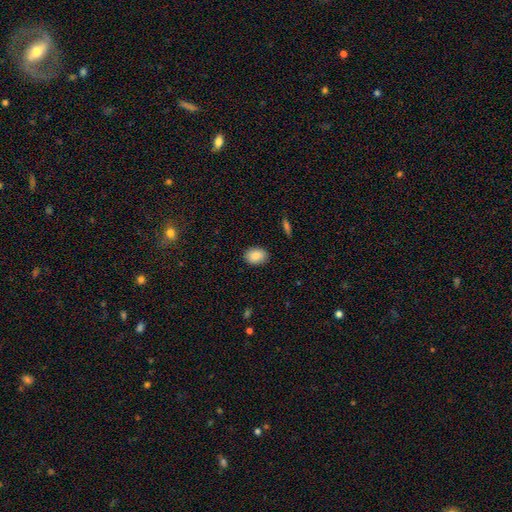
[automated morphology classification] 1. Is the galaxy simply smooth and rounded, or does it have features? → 87% smooth, 7% star or artifact, 6% featured or disk.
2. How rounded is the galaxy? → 75% in between, 24% round, 1% cigar-shaped.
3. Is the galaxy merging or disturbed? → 88% none, 8% minor disturbance, 2% major disturbance, 1% merger.